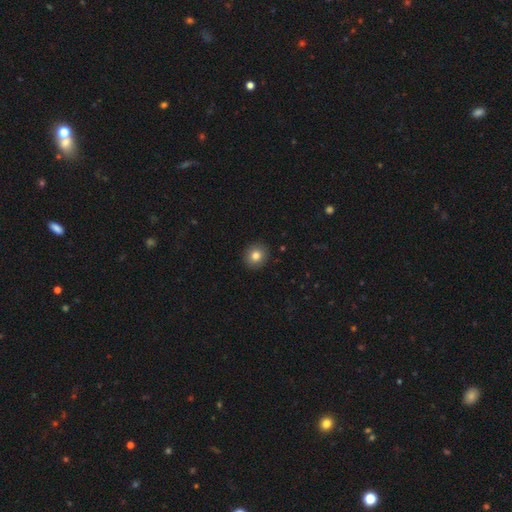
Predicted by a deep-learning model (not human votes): Smooth or featured?
  - smooth: 82% *
  - star or artifact: 10%
  - featured or disk: 8%
How rounded?
  - round: 85% *
  - in between: 14%
  - cigar-shaped: 1%
Merging?
  - none: 92% *
  - minor disturbance: 6%
  - major disturbance: 2%
  - merger: 1%